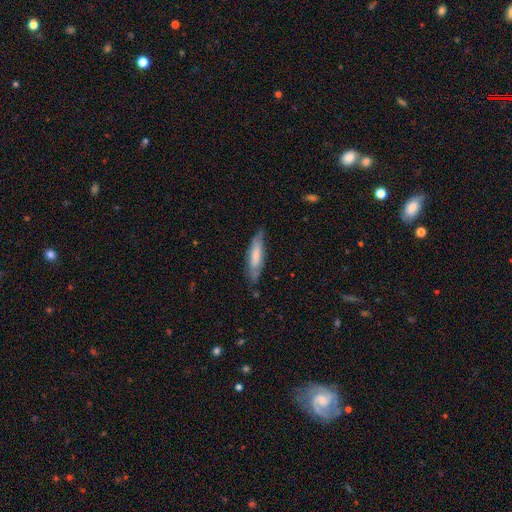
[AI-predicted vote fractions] A smooth galaxy with no disk features (62%) that is cigar-shaped (73%).

Vote fractions:
- Smooth or featured? smooth: 62% / featured or disk: 32% / star or artifact: 6%
- How rounded? cigar-shaped: 73% / in between: 26% / round: 1%
- Merging? none: 75% / minor disturbance: 19% / major disturbance: 4% / merger: 2%